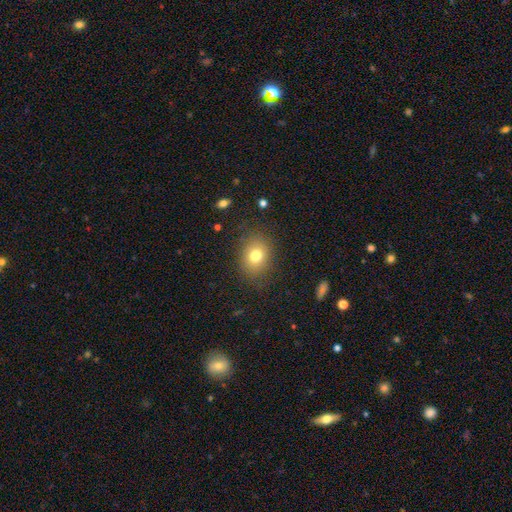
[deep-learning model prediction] Morphology: type=smooth (77%); roundness=in between (55%); merging=none (83%).